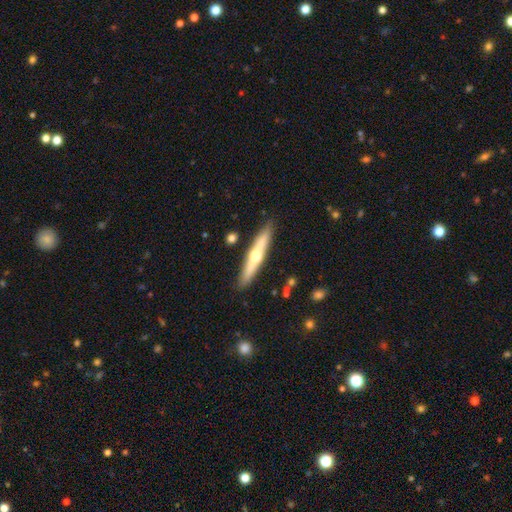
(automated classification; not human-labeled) smooth_or_featured: featured or disk (p=0.58) [alt: smooth p=0.36]
disk_edge_on: yes (p=0.95) [alt: no p=0.05]
edge_on_bulge: rounded (p=0.89) [alt: none p=0.08]
merging: none (p=0.87) [alt: minor disturbance p=0.08]